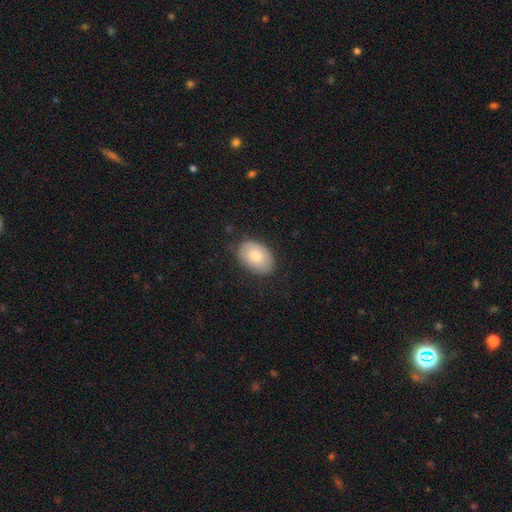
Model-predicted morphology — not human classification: This appears to be a smooth galaxy with no disk features (79%) that is in between round and cigar-shaped (88%). Merging: none (79%).